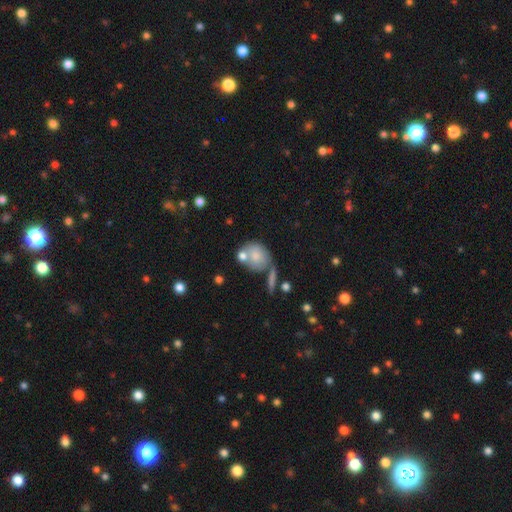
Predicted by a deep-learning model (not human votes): This appears to be a smooth galaxy with no disk features (76%) that is round (65%). Merging: none (44%).